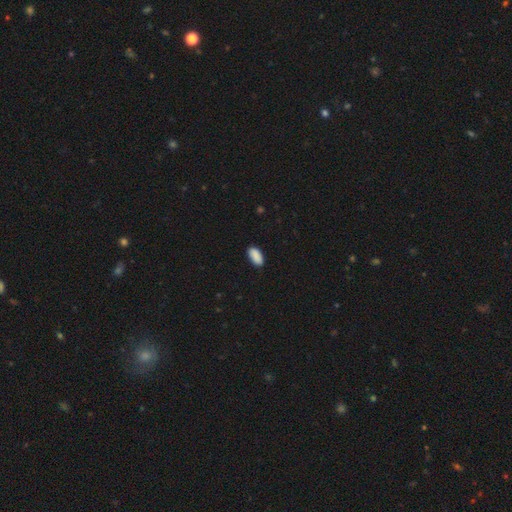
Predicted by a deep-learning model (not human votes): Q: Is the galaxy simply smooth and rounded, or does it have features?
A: smooth — 91%.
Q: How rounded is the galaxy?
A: in between — 93%.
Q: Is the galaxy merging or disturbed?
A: none — 87%.